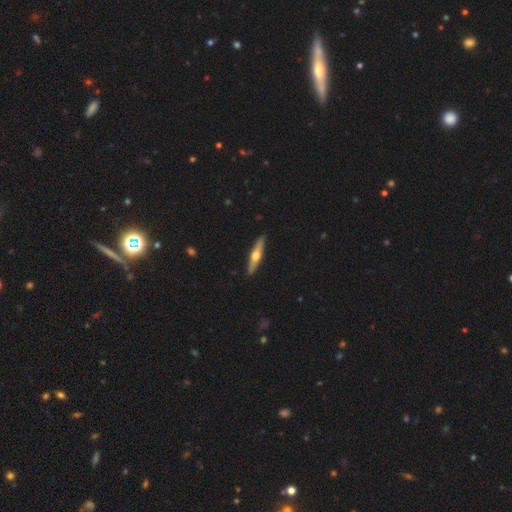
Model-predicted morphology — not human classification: This is possibly a featured or disk galaxy (57%). It is clearly viewed edge-on (94%). Edge-on bulge: clearly rounded (94%). Merging: clearly none (91%).